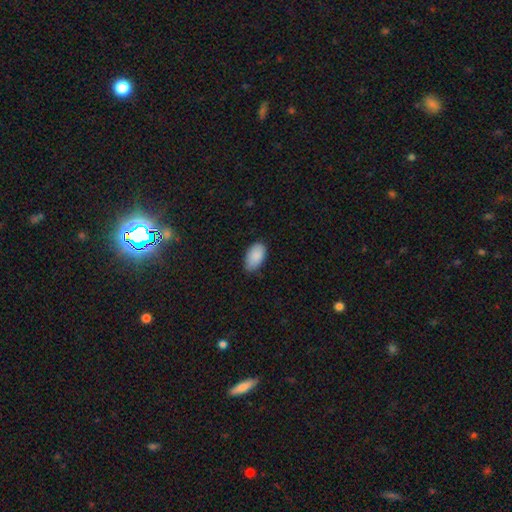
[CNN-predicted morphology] Q: Smooth or featured?
A: smooth (89%); runner-up: star or artifact (6%)
Q: How rounded?
A: in between (95%); runner-up: round (3%)
Q: Merging?
A: none (75%); runner-up: minor disturbance (21%)